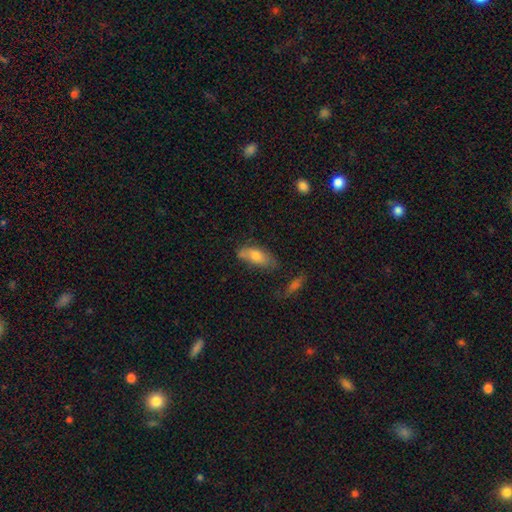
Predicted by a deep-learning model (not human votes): Smooth or featured?
  - smooth: 71% *
  - featured or disk: 22%
  - star or artifact: 7%
How rounded?
  - in between: 80% *
  - cigar-shaped: 17%
  - round: 3%
Merging?
  - none: 59% *
  - minor disturbance: 27%
  - major disturbance: 8%
  - merger: 5%